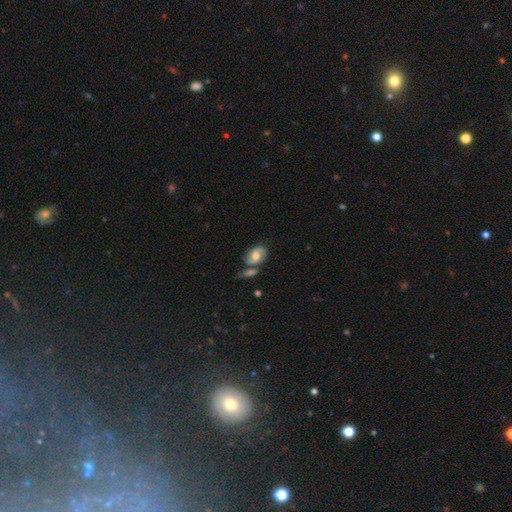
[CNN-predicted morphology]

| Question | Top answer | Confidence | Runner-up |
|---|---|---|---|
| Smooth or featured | featured or disk | 52% | smooth (40%) |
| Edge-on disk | no | 95% | yes (5%) |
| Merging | none | 49% | merger (24%) |